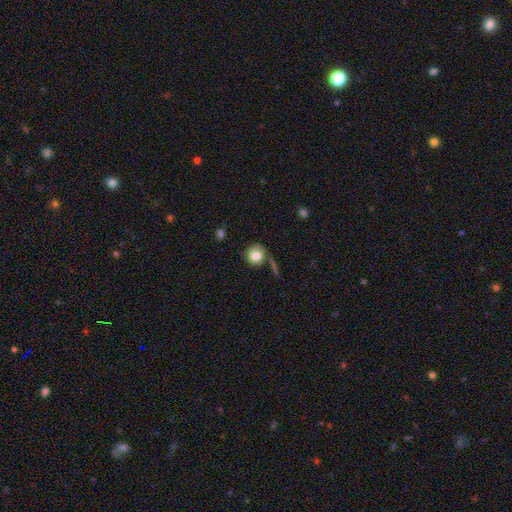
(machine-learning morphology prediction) Smooth or featured?
  - smooth: 80% *
  - featured or disk: 11%
  - star or artifact: 9%
How rounded?
  - round: 85% *
  - in between: 14%
  - cigar-shaped: 1%
Merging?
  - none: 67% *
  - minor disturbance: 18%
  - merger: 8%
  - major disturbance: 7%